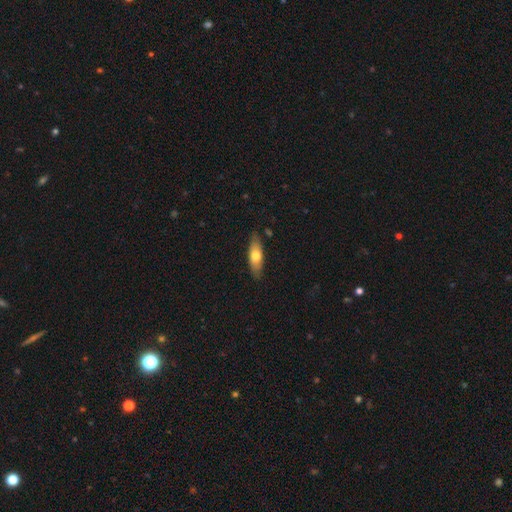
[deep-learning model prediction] This is likely a smooth galaxy (65%). How rounded: likely in between (61%). Merging: clearly none (82%).